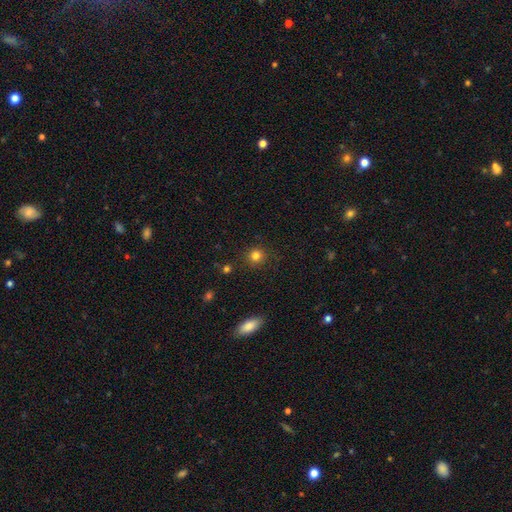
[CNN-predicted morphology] Smooth or featured?
  - smooth: 81% *
  - star or artifact: 13%
  - featured or disk: 6%
How rounded?
  - round: 90% *
  - in between: 9%
  - cigar-shaped: 1%
Merging?
  - none: 88% *
  - minor disturbance: 8%
  - major disturbance: 3%
  - merger: 2%